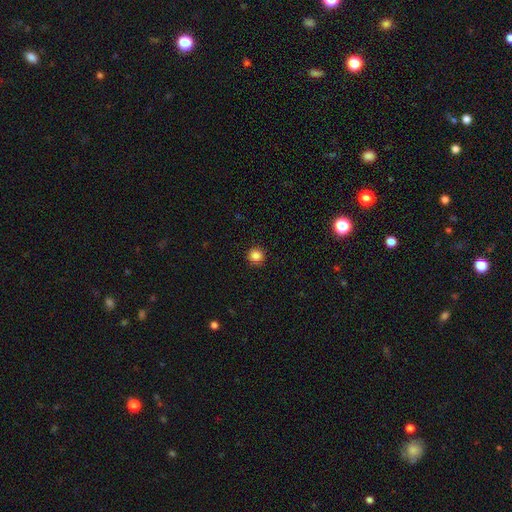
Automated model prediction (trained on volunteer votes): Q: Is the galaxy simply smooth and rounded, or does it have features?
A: smooth — 85%.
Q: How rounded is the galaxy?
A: round — 95%.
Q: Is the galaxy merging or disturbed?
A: none — 92%.